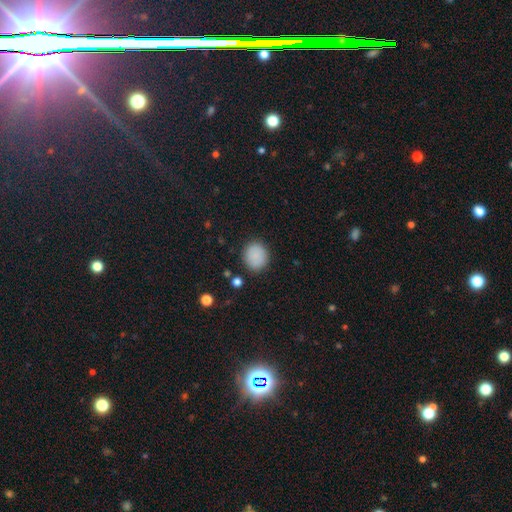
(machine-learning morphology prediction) type=smooth (87%); roundness=round (79%); merging=none (87%).